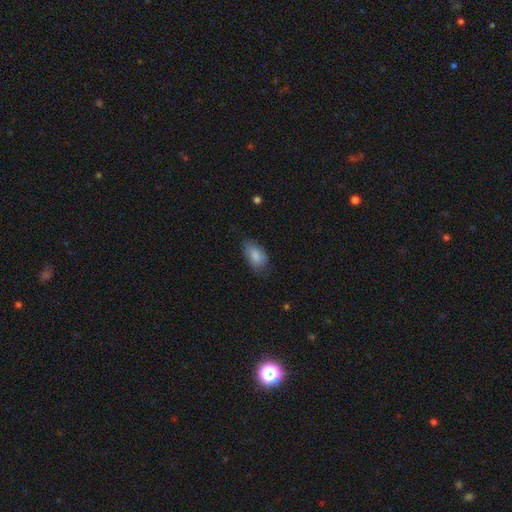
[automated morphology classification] type=smooth (82%); roundness=in between (91%); merging=none (61%).